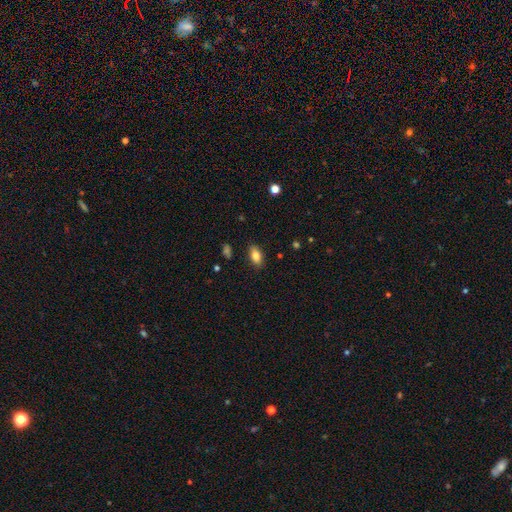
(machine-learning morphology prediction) A smooth galaxy with no disk features (84%) that is in between round and cigar-shaped (89%). Merging: none (86%).